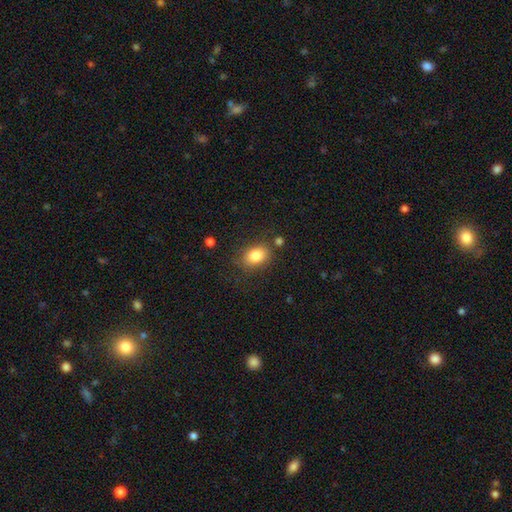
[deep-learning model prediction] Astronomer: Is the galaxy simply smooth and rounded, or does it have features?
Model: smooth — 83%.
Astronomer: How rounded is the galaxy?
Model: in between — 72%.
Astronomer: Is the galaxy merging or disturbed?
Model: none — 77%.